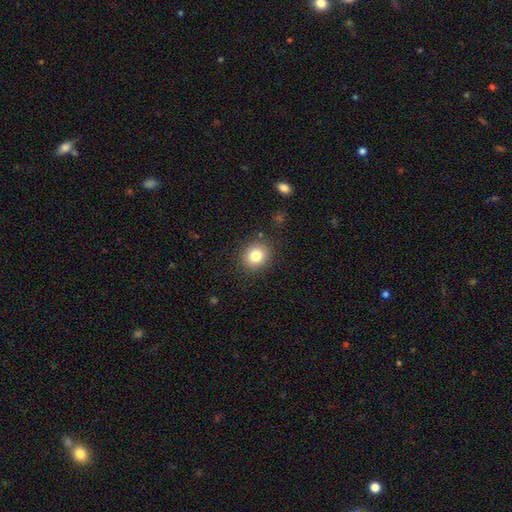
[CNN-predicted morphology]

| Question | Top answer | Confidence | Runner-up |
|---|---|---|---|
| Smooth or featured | smooth | 81% | star or artifact (11%) |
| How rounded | round | 79% | in between (20%) |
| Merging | none | 88% | minor disturbance (8%) |